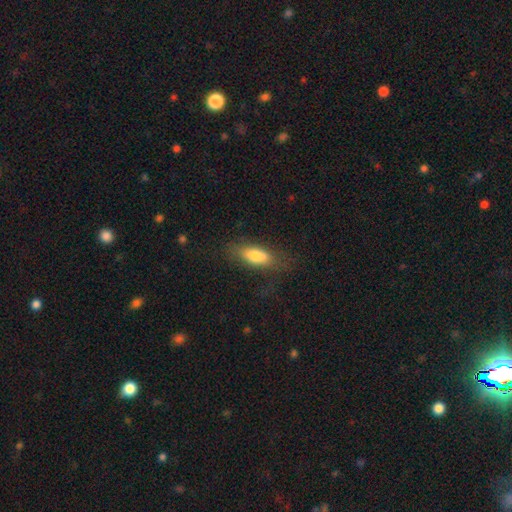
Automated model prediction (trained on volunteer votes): Smooth or featured?
  - smooth: 76% *
  - featured or disk: 16%
  - star or artifact: 8%
How rounded?
  - in between: 75% *
  - cigar-shaped: 22%
  - round: 3%
Merging?
  - none: 64% *
  - minor disturbance: 21%
  - major disturbance: 13%
  - merger: 2%